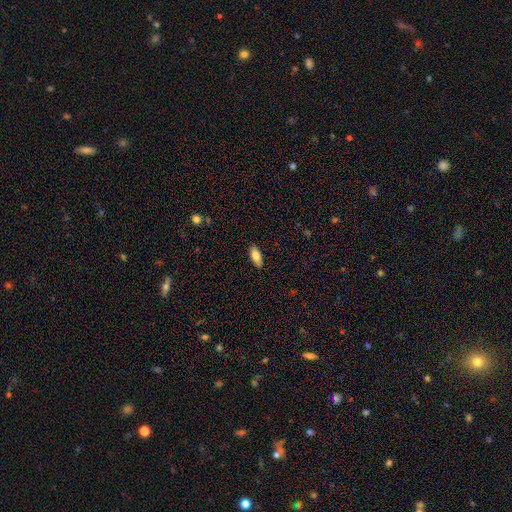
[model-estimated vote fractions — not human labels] Overall: smooth (81%). How rounded: in between (85%). Merging: none (88%).